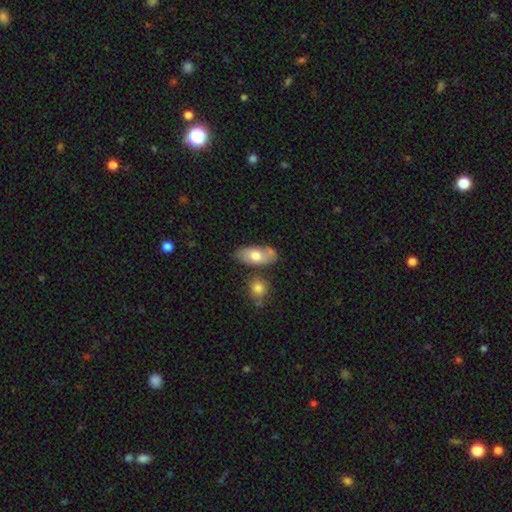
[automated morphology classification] This appears to be a smooth galaxy with no disk features (64%) that is in between round and cigar-shaped (88%). Merging: none (60%).